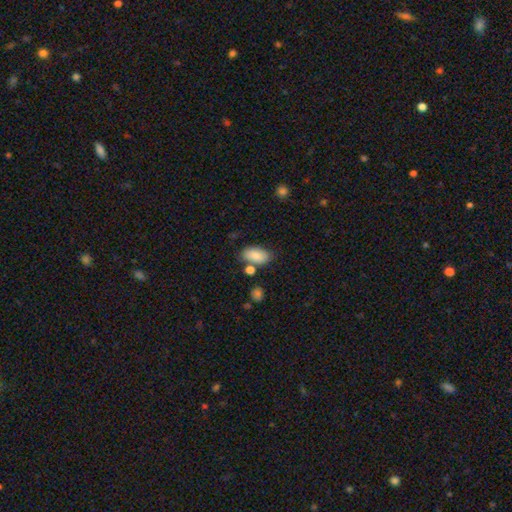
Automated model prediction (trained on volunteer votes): Smooth or featured?
  - smooth: 84% *
  - featured or disk: 9%
  - star or artifact: 7%
How rounded?
  - in between: 93% *
  - round: 5%
  - cigar-shaped: 3%
Merging?
  - none: 71% *
  - minor disturbance: 15%
  - merger: 11%
  - major disturbance: 4%